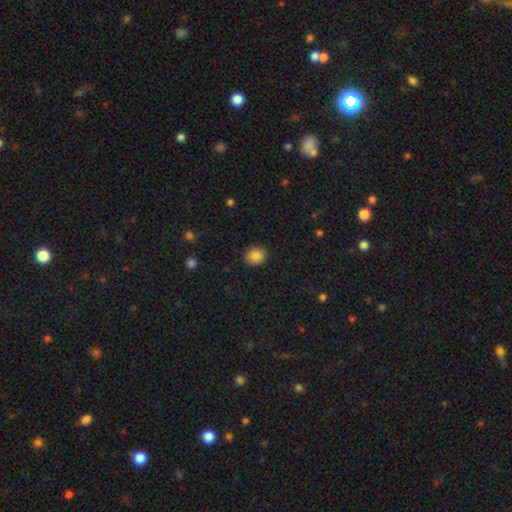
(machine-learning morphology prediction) type=smooth (86%); roundness=round (67%); merging=none (88%).